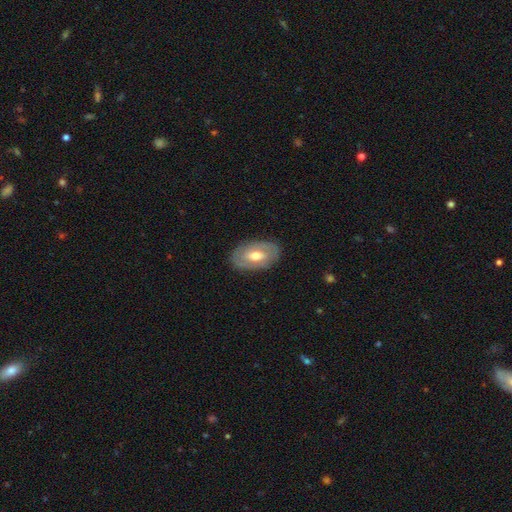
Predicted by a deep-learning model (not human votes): Overall: featured or disk (56%; smooth 38%). Edge-on disk: no (90%). Bar: weak (41%; no 39%). Spiral arms: no (55%; yes 45%). Bulge size: moderate (71%). Merging: none (84%).